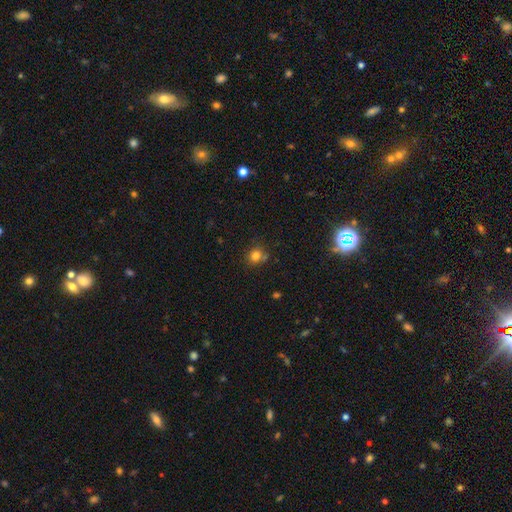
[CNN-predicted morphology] This is likely a smooth galaxy (79%). How rounded: likely round (74%). Merging: likely none (71%).